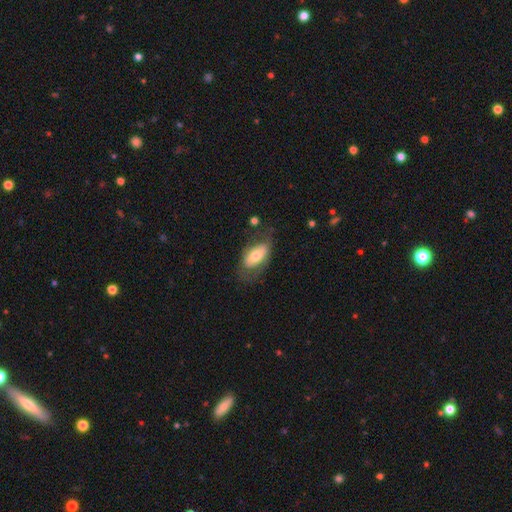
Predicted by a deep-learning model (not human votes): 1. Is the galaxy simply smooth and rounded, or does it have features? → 58% smooth, 36% featured or disk, 6% star or artifact.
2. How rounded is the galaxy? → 90% in between, 5% cigar-shaped, 4% round.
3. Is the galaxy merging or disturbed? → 60% none, 23% minor disturbance, 15% major disturbance, 2% merger.